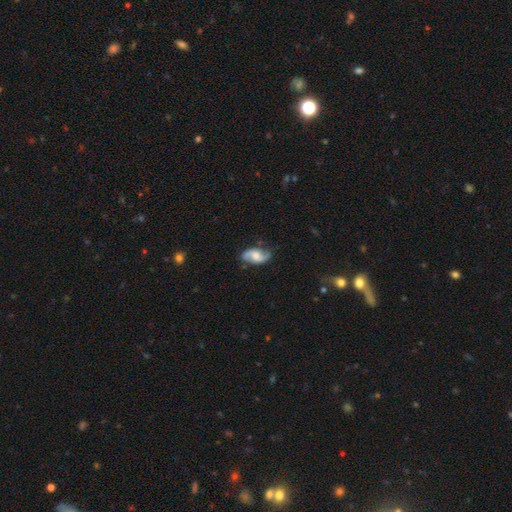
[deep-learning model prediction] A featured or disk galaxy (68%) with no bar (53%), 2 (89%) loose (51%) spiral arms (93%) and a moderate central bulge (44%).

Vote fractions:
- Smooth or featured? featured or disk: 68% / smooth: 25% / star or artifact: 7%
- Edge-on disk? no: 95% / yes: 5%
- Bar? no: 53% / weak: 38% / strong: 9%
- Spiral arms? yes: 93% / no: 7%
- Spiral winding? loose: 51% / medium: 36% / tight: 13%
- Spiral arm count? 2: 89% / can't tell: 5% / 1: 3% / 3: 1% / 4: 1% / more than 4: 1%
- Bulge size? moderate: 44% / small: 22% / large: 19% / none: 13% / dominant: 2%
- Merging? none: 72% / minor disturbance: 21% / major disturbance: 6% / merger: 2%